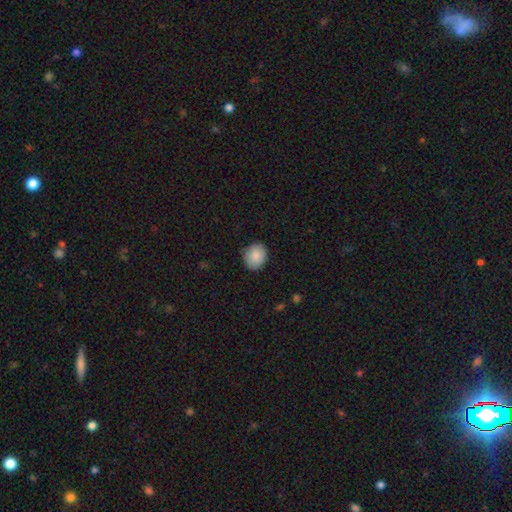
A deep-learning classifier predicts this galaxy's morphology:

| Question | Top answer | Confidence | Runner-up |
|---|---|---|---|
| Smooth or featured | smooth | 88% | star or artifact (7%) |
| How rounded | round | 69% | in between (30%) |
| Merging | none | 82% | minor disturbance (14%) |